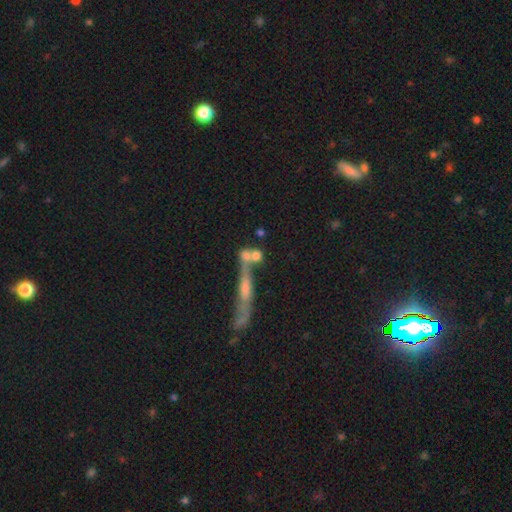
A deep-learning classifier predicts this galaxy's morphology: type=smooth (67%); roundness=round (58%); merging=merger (42%).